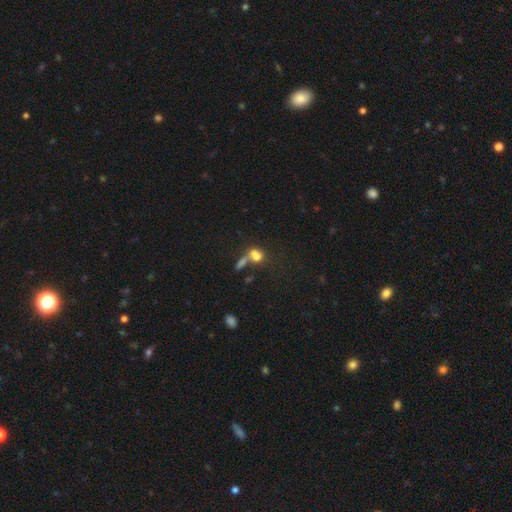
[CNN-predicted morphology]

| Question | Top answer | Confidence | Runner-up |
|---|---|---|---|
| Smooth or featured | smooth | 66% | featured or disk (20%) |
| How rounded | in between | 48% | round (44%) |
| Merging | merger | 56% | none (26%) |